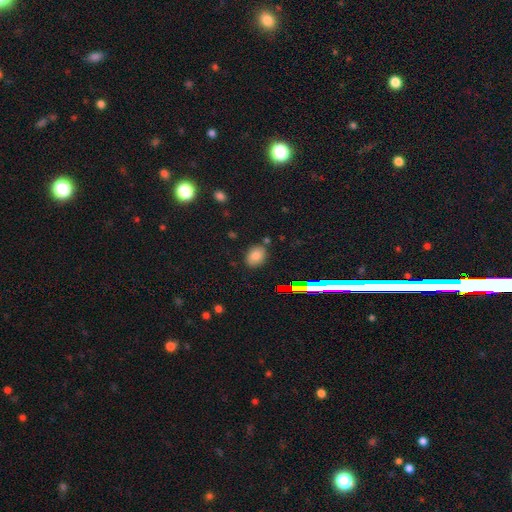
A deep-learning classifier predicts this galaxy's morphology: This appears to be a smooth galaxy with no disk features (75%) that is in between round and cigar-shaped (59%). Merging: none (82%).